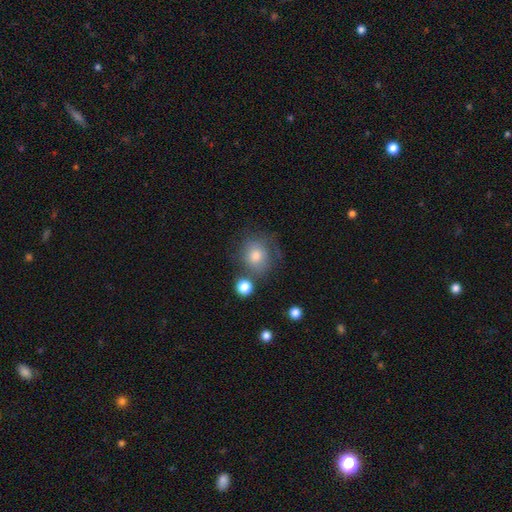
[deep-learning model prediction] Smooth or featured: smooth — 70% (featured or disk — 19%)
How rounded: round — 82% (in between — 17%)
Merging: none — 60% (minor disturbance — 20%)